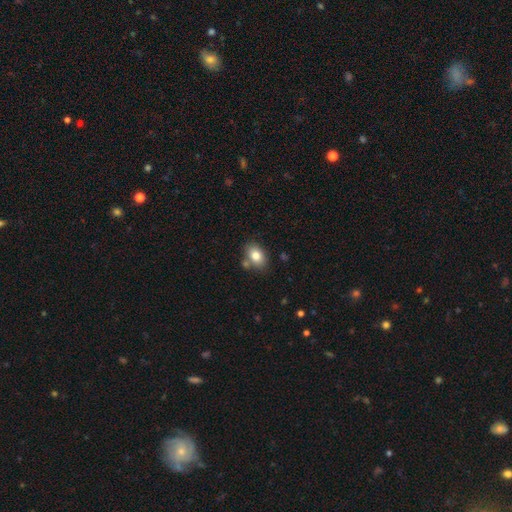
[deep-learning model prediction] Smooth or featured? smooth (80%)
How rounded? in between (78%)
Merging? none (71%)